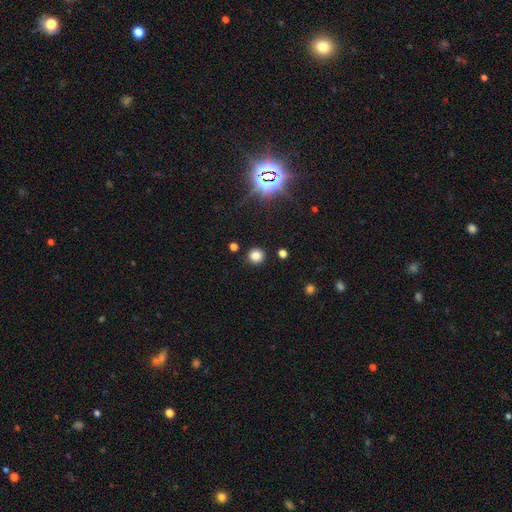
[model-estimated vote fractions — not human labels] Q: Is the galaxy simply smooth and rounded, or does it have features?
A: smooth — 78%.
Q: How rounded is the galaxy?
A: round — 91%.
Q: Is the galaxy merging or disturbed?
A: none — 89%.